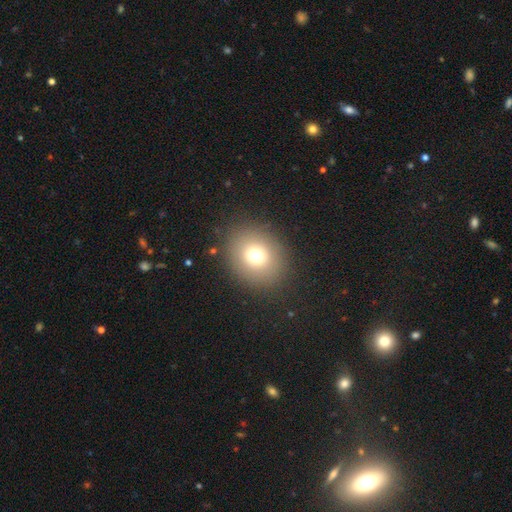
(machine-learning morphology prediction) The model was most divided on "how rounded": round: 70%, in between: 29%, cigar-shaped: 1%. More confident: merging — none (86%); smooth or featured — smooth (72%).